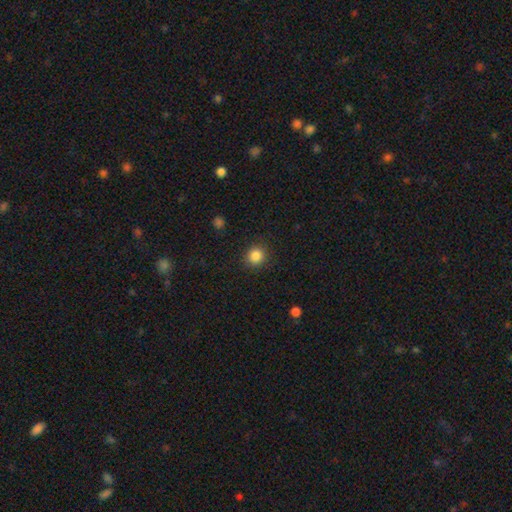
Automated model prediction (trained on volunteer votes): Morphology: type=smooth (86%); roundness=round (88%); merging=none (89%).